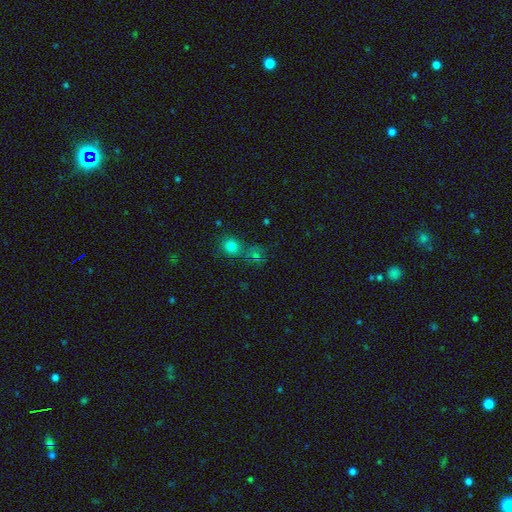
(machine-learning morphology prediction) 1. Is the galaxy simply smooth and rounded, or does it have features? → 61% smooth, 27% star or artifact, 12% featured or disk.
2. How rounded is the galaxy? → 79% round, 20% in between, 1% cigar-shaped.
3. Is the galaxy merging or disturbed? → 48% none, 37% merger, 9% minor disturbance, 5% major disturbance.